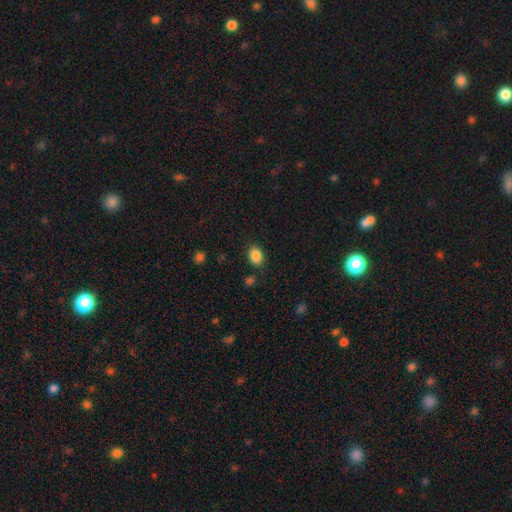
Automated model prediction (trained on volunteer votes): A smooth galaxy with no disk features (86%) that is in between round and cigar-shaped (73%). Merging: none (82%).